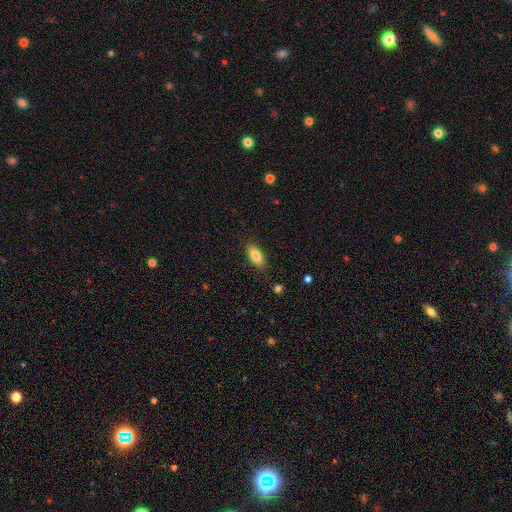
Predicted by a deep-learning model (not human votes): smooth_or_featured: smooth (p=0.83) [alt: featured or disk p=0.10]
how_rounded: in between (p=0.85) [alt: cigar-shaped p=0.12]
merging: none (p=0.84) [alt: minor disturbance p=0.12]